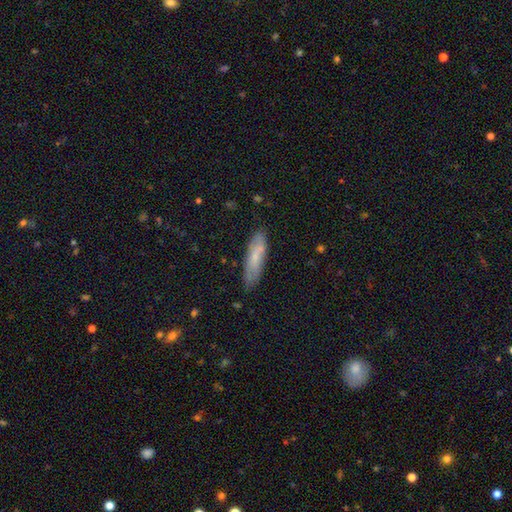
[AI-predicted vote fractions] A smooth galaxy with no disk features (63%) that is cigar-shaped (67%). Merging: none (77%).